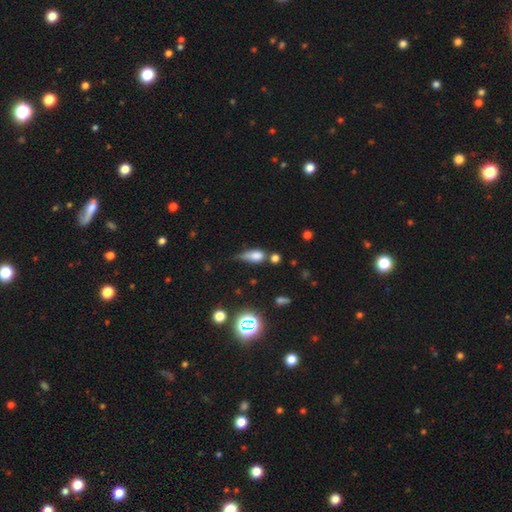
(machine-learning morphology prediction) Smooth or featured: smooth — 69% (featured or disk — 17%)
How rounded: in between — 73% (round — 15%)
Merging: minor disturbance — 39% (none — 27%)